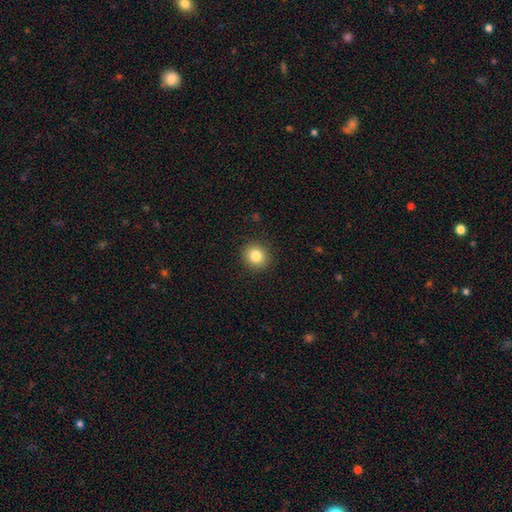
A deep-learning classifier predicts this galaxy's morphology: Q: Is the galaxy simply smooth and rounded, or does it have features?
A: smooth — 83%.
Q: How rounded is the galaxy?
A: round — 86%.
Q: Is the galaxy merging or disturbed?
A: none — 91%.